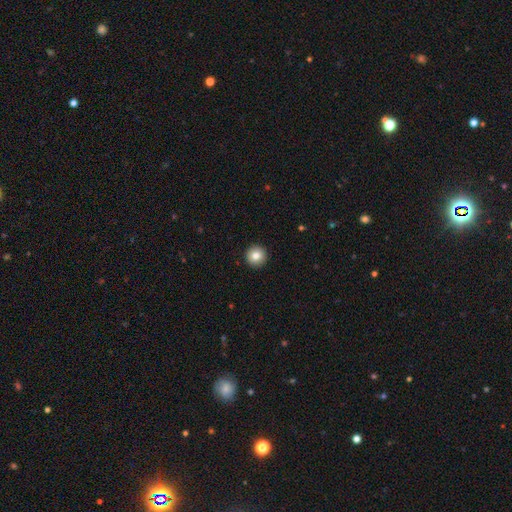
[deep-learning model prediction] This is clearly a smooth galaxy (82%). How rounded: clearly round (96%). Merging: clearly none (94%).